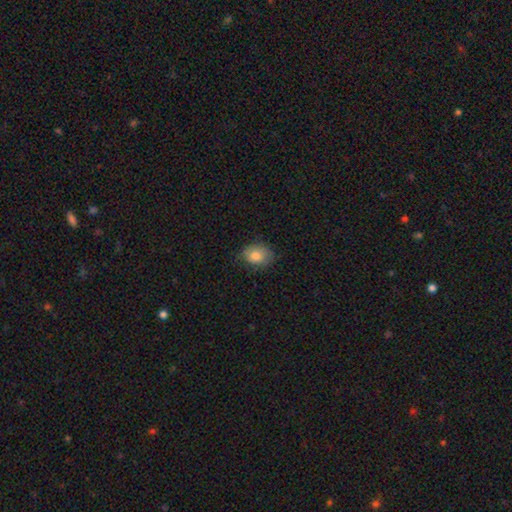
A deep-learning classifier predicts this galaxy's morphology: This is clearly a smooth galaxy (81%). How rounded: likely in between (62%). Merging: likely none (73%).